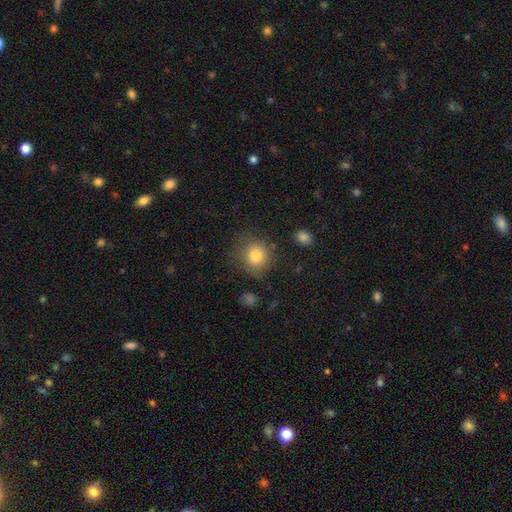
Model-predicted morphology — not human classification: Smooth or featured?
  - smooth: 81% *
  - star or artifact: 11%
  - featured or disk: 8%
How rounded?
  - round: 85% *
  - in between: 14%
  - cigar-shaped: 1%
Merging?
  - none: 77% *
  - minor disturbance: 15%
  - major disturbance: 5%
  - merger: 3%